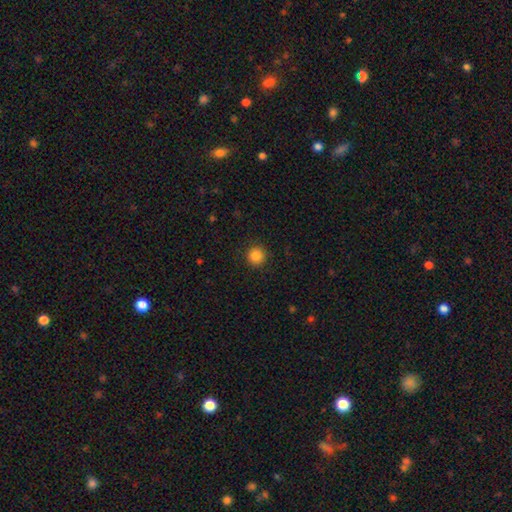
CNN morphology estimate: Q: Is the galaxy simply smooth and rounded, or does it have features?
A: smooth — 86%.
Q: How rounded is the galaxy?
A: round — 95%.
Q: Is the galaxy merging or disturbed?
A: none — 91%.